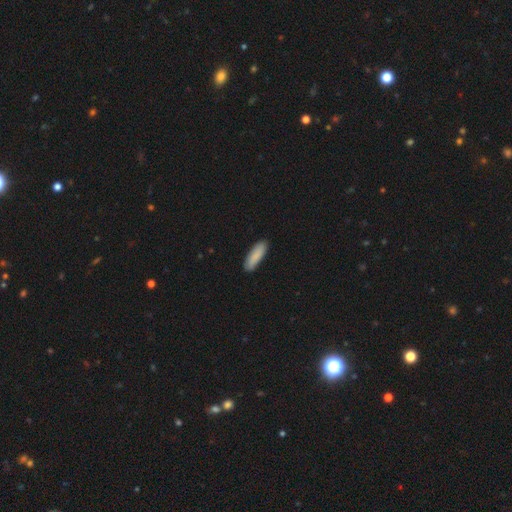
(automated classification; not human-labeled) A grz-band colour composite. It shows a smooth galaxy with no disk features (87%) that is cigar-shaped (51%). Merging: none (88%).